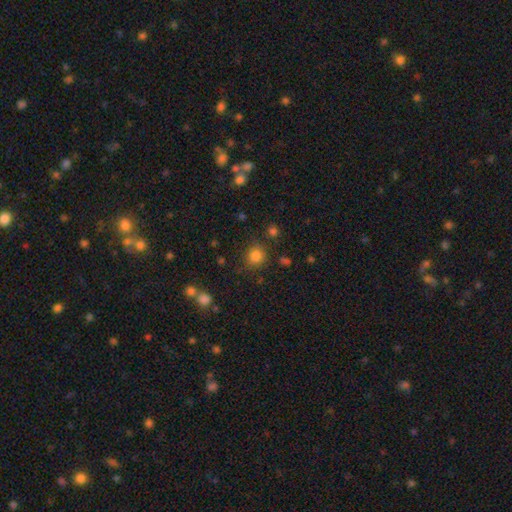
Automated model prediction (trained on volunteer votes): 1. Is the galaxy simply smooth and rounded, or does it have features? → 81% smooth, 14% star or artifact, 5% featured or disk.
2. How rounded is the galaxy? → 88% round, 11% in between, 1% cigar-shaped.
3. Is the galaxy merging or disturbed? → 83% none, 10% minor disturbance, 4% major disturbance, 4% merger.